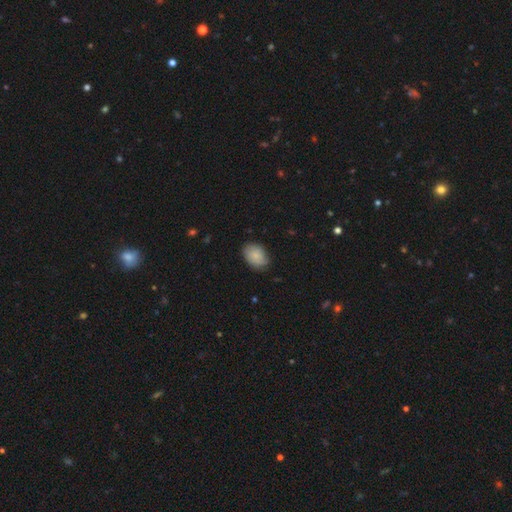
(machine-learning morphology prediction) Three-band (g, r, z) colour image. It shows a smooth galaxy with no disk features (79%) that is in between round and cigar-shaped (76%). Merging: none (73%).